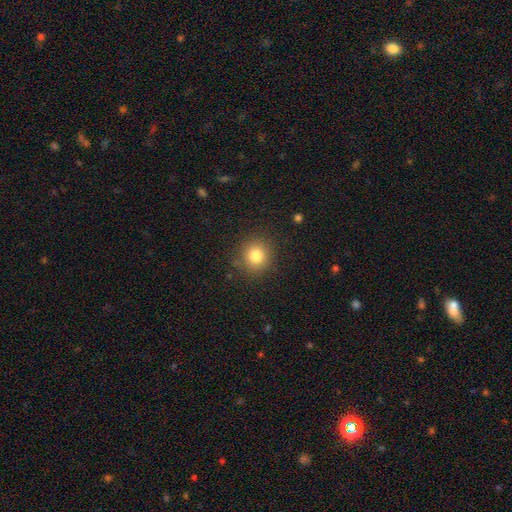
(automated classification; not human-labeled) Smooth or featured: smooth — 81% (star or artifact — 12%)
How rounded: round — 89% (in between — 10%)
Merging: none — 88% (minor disturbance — 8%)